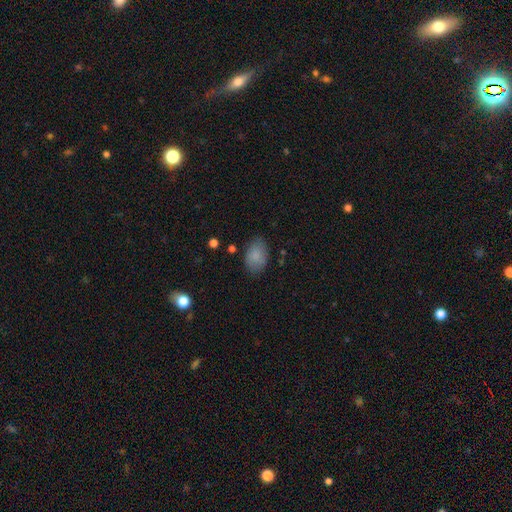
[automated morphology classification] Smooth or featured?
  - smooth: 85% *
  - featured or disk: 8%
  - star or artifact: 8%
How rounded?
  - in between: 86% *
  - round: 13%
  - cigar-shaped: 1%
Merging?
  - none: 79% *
  - minor disturbance: 16%
  - major disturbance: 4%
  - merger: 2%